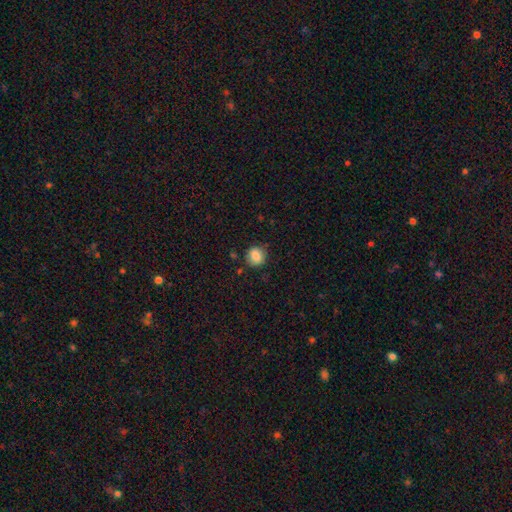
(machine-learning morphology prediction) Smooth or featured: smooth — 86% (star or artifact — 9%)
How rounded: round — 80% (in between — 19%)
Merging: none — 82% (minor disturbance — 13%)